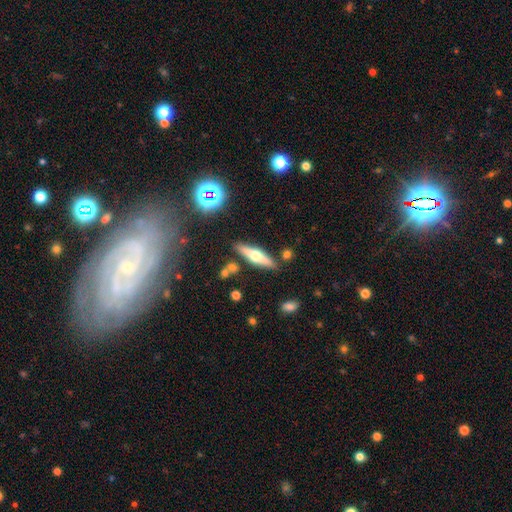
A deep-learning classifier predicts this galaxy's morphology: The model was most divided on "smooth or featured": featured or disk: 60%, smooth: 33%, star or artifact: 7%. More confident: edge-on bulge — rounded (94%); edge-on disk — yes (94%); merging — none (83%).